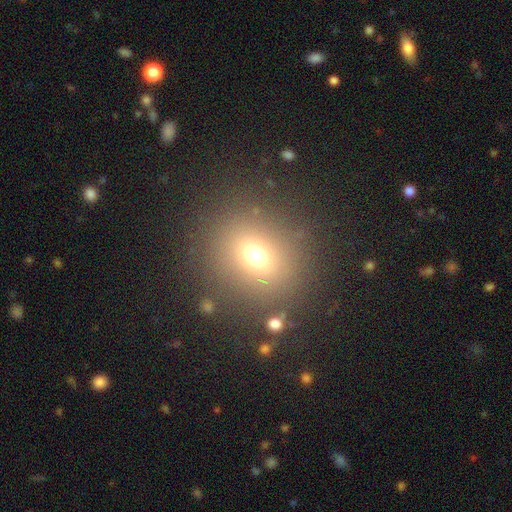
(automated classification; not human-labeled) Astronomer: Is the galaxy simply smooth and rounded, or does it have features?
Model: smooth — 69%.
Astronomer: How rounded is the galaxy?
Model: round — 69%.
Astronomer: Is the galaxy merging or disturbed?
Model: none — 84%.